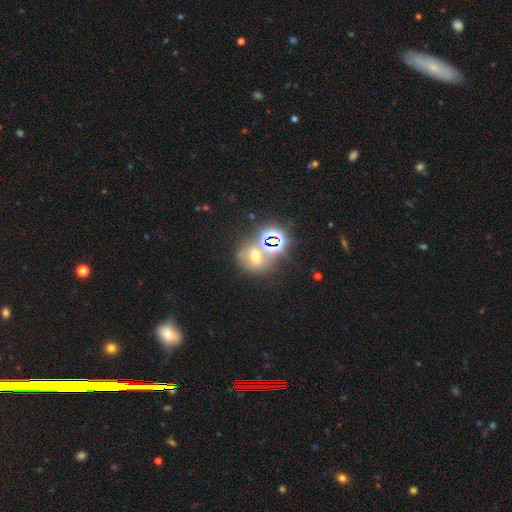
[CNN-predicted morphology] This is marginally a star or artifact rather than a galaxy (41%).